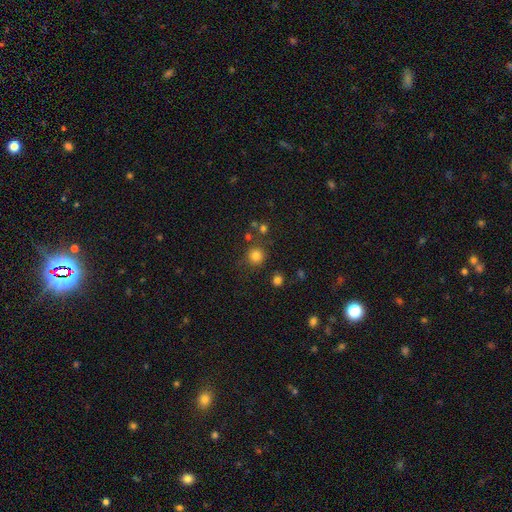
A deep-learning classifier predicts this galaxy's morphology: smooth-or-featured: smooth: 81% | star or artifact: 15% | featured or disk: 5%
  how-rounded: round: 93% | in between: 6% | cigar-shaped: 1%
  merging: none: 82% | minor disturbance: 8% | merger: 6% | major disturbance: 3%